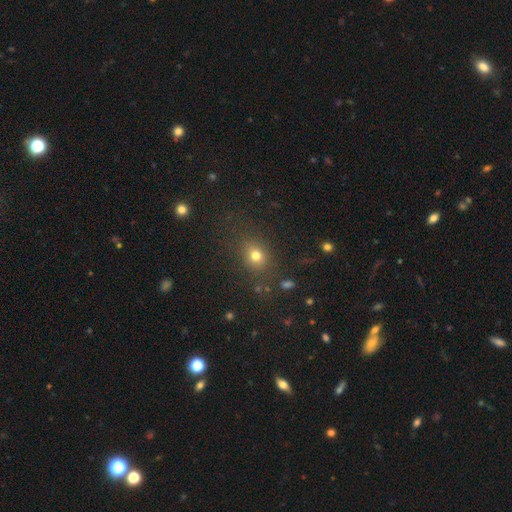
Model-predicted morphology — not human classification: Overall: smooth (74%). How rounded: round (61%; in between 37%). Merging: none (79%).